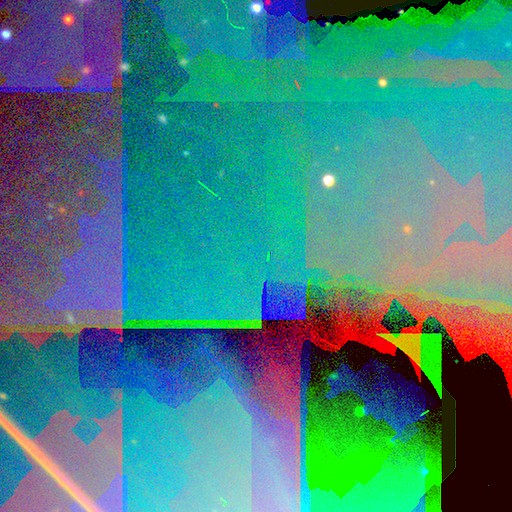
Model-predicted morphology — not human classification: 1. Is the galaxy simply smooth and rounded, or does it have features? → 85% star or artifact, 8% featured or disk, 6% smooth.